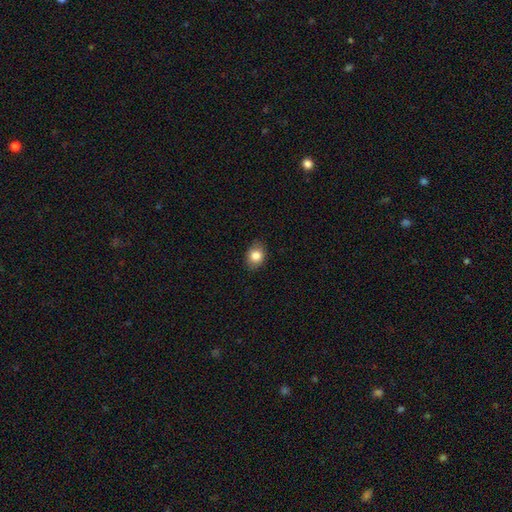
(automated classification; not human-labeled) smooth 83%, star or artifact 9%, featured or disk 8%. Down the decision tree: how rounded — in between (58%); merging — none (83%).